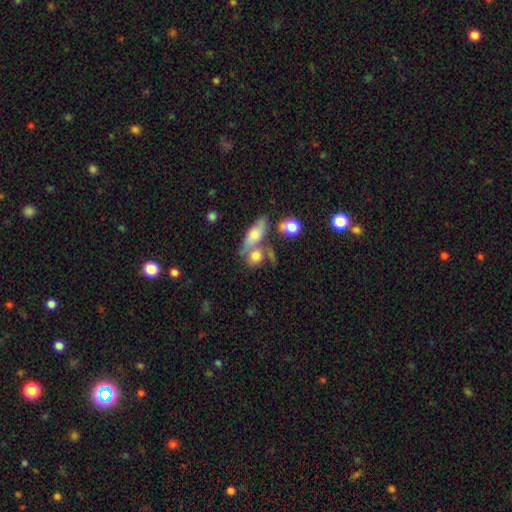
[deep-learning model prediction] A smooth galaxy with no disk features (67%) that is in between round and cigar-shaped (54%).

Vote fractions:
- Smooth or featured? smooth: 67% / featured or disk: 23% / star or artifact: 11%
- How rounded? in between: 54% / round: 37% / cigar-shaped: 9%
- Merging? merger: 45% / none: 33% / minor disturbance: 13% / major disturbance: 9%